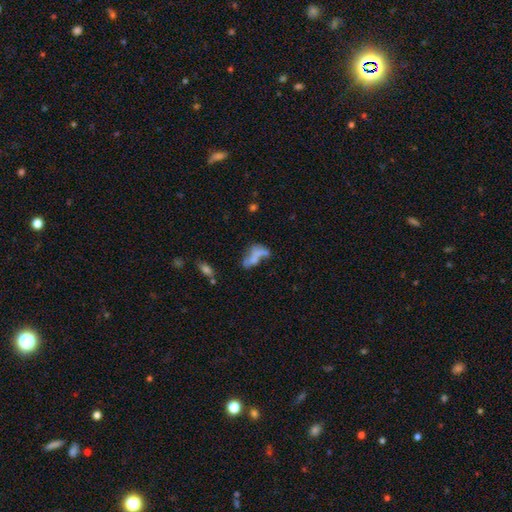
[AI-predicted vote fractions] The model was most divided on "smooth or featured": smooth: 51%, featured or disk: 35%, star or artifact: 15%. Remaining: how rounded — in between (74%); merging — merger (44%).